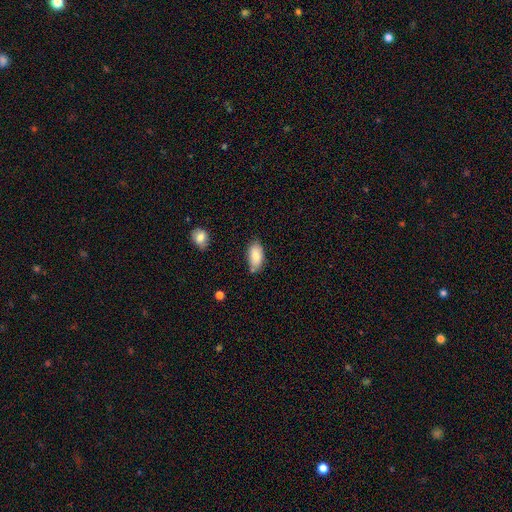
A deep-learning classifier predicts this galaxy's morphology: Smooth or featured? smooth (85%)
How rounded? in between (93%)
Merging? none (70%)